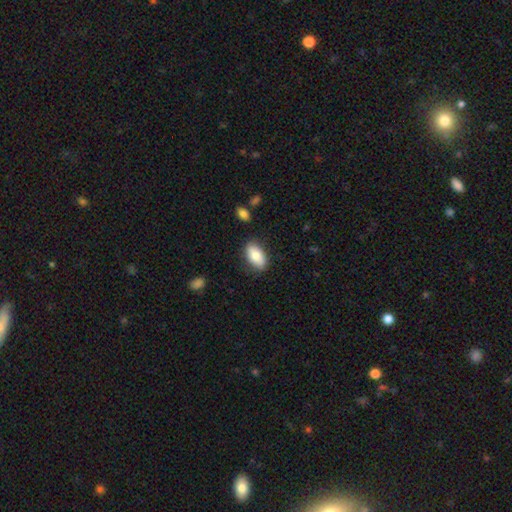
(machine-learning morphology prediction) The model was most divided on "smooth or featured": smooth: 80%, featured or disk: 13%, star or artifact: 7%. More confident: how rounded — in between (92%); merging — none (83%).